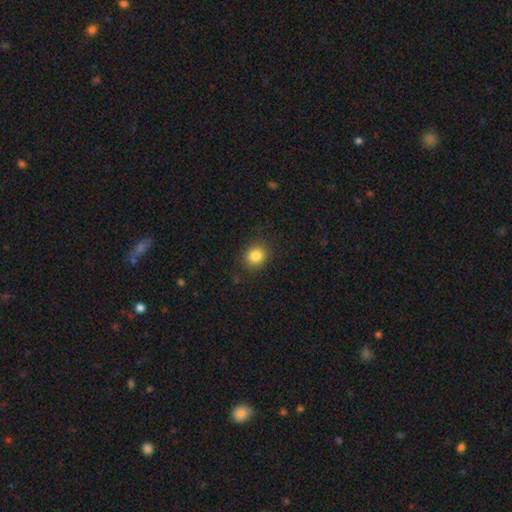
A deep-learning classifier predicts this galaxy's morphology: Smooth or featured?
  - smooth: 84% *
  - star or artifact: 11%
  - featured or disk: 5%
How rounded?
  - round: 73% *
  - in between: 26%
  - cigar-shaped: 1%
Merging?
  - none: 86% *
  - minor disturbance: 9%
  - major disturbance: 3%
  - merger: 1%